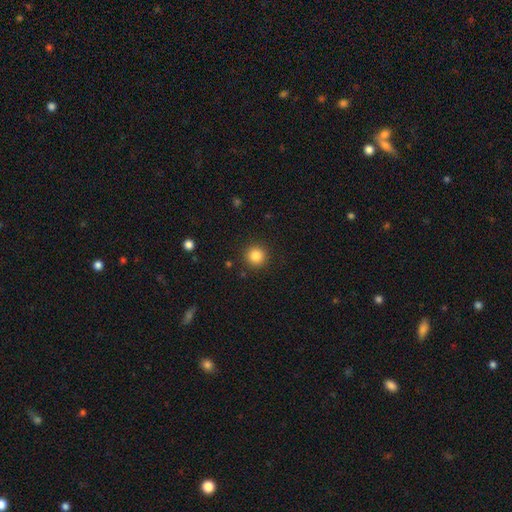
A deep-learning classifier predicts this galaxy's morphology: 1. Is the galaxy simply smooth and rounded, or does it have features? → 85% smooth, 11% star or artifact, 4% featured or disk.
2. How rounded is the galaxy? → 94% round, 5% in between, 1% cigar-shaped.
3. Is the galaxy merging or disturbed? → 90% none, 6% minor disturbance, 2% major disturbance, 1% merger.